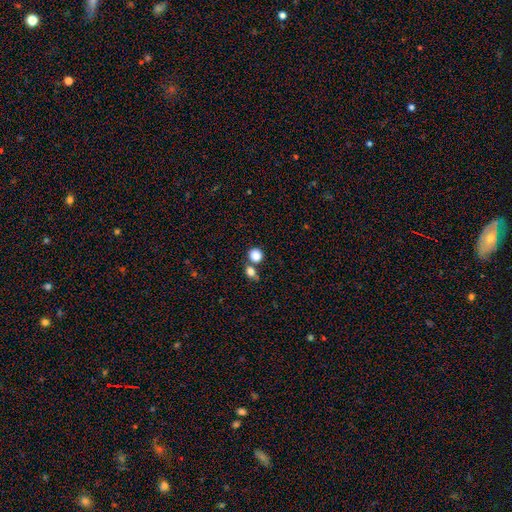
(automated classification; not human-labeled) Morphology: type=smooth (85%); roundness=round (80%); merging=none (63%).